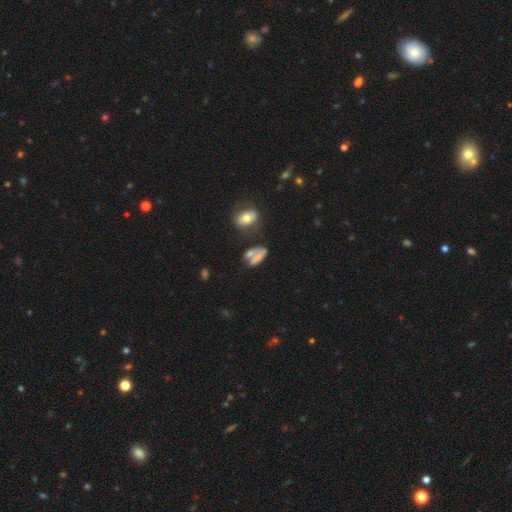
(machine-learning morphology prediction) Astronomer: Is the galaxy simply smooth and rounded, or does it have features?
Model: smooth — 51% (runner-up: featured or disk, 34%).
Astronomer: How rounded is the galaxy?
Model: in between — 81%.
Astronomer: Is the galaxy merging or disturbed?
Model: merger — 32% (runner-up: none, 28%).